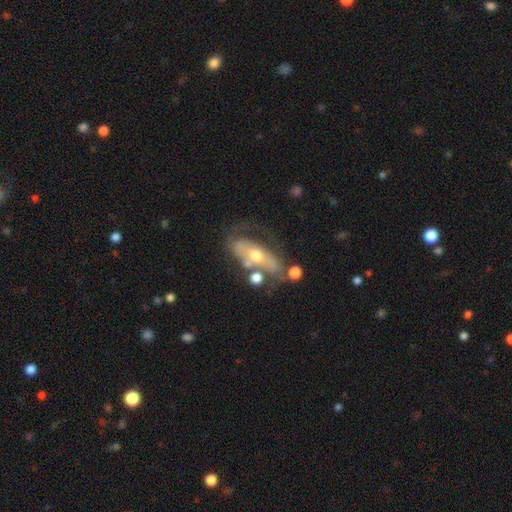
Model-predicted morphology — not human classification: A featured or disk galaxy (67%) with no bar (66%), spiral arms (50%, tied with no) and a moderate central bulge (63%).

Vote fractions:
- Smooth or featured? featured or disk: 67% / smooth: 26% / star or artifact: 7%
- Edge-on disk? no: 82% / yes: 18%
- Bar? no: 66% / weak: 19% / strong: 15%
- Spiral arms? yes: 50% (tied) / no: 50% (tied)
- Bulge size? moderate: 63% / small: 29% / large: 5% / none: 2% / dominant: 1%
- Merging? none: 48% / minor disturbance: 21% / major disturbance: 19% / merger: 12%